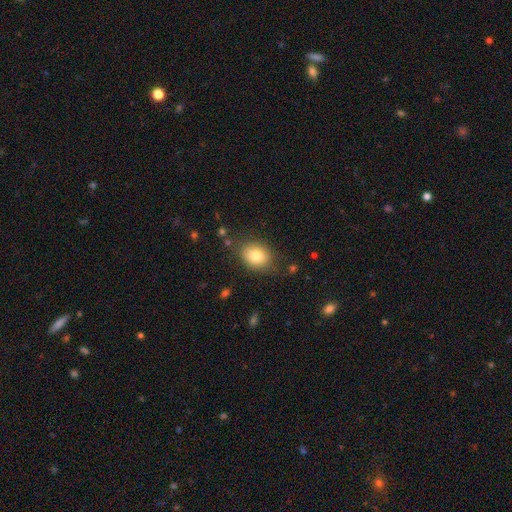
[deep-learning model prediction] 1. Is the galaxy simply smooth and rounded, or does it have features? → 82% smooth, 10% featured or disk, 9% star or artifact.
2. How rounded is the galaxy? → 57% in between, 42% round, 1% cigar-shaped.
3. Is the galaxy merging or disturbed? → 79% none, 14% minor disturbance, 4% major disturbance, 2% merger.